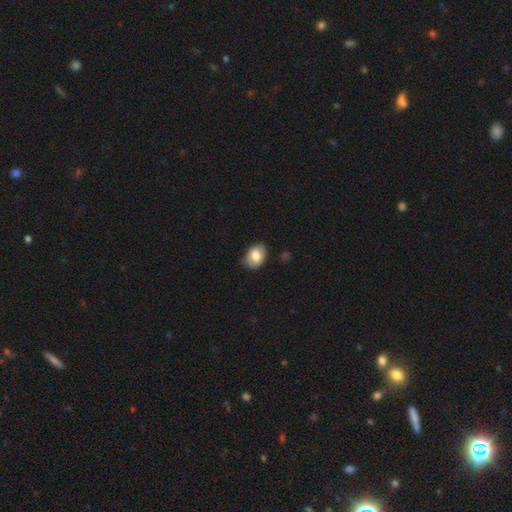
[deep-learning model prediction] Smooth or featured? Predicted: smooth (p=0.76). How rounded? Predicted: in between (p=0.77). Merging? Predicted: none (p=0.63).